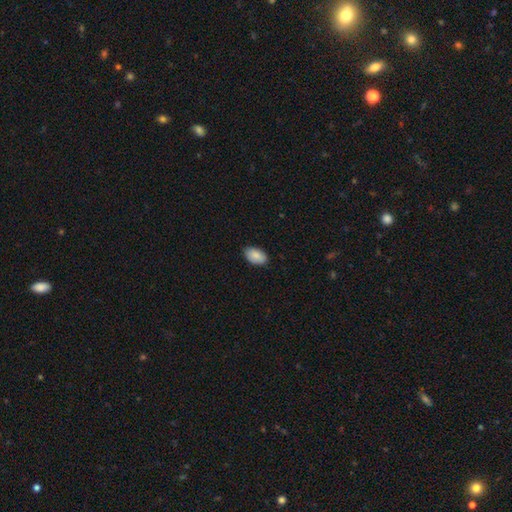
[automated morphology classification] This is clearly a smooth galaxy (88%). How rounded: clearly in between (94%). Merging: clearly none (86%).